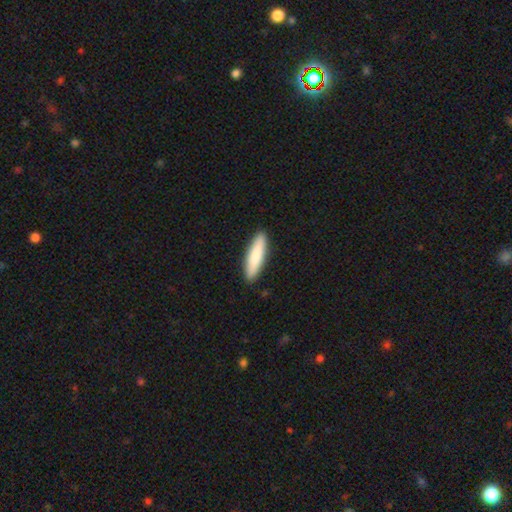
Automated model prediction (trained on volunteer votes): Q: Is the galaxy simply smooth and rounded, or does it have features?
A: smooth — 82%.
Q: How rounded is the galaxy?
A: cigar-shaped — 75%.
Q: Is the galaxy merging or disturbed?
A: none — 91%.